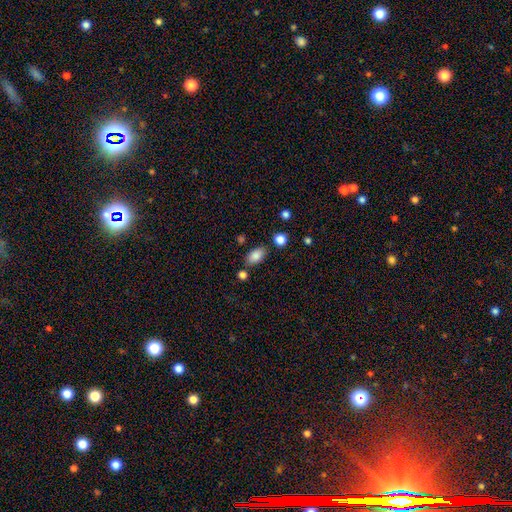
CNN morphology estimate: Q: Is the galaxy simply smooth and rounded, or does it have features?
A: smooth — 86%.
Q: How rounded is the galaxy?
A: in between — 91%.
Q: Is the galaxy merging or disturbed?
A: none — 79%.